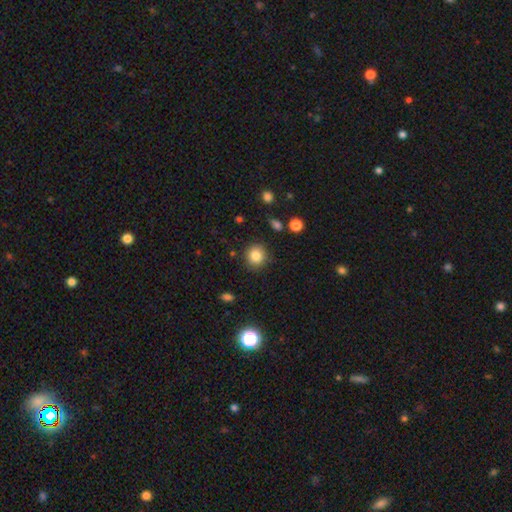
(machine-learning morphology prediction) The model was most divided on "smooth or featured": smooth: 84%, star or artifact: 10%, featured or disk: 6%. More confident: merging — none (87%); how rounded — round (87%).